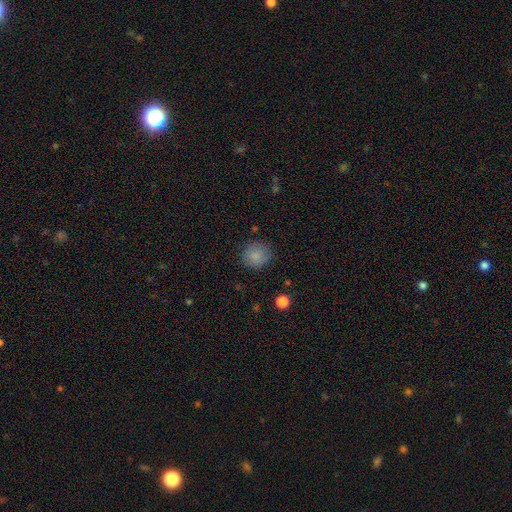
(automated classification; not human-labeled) The model was most divided on "merging": none: 83%, minor disturbance: 12%, major disturbance: 4%, merger: 1%. More confident: how rounded — round (88%); smooth or featured — smooth (85%).